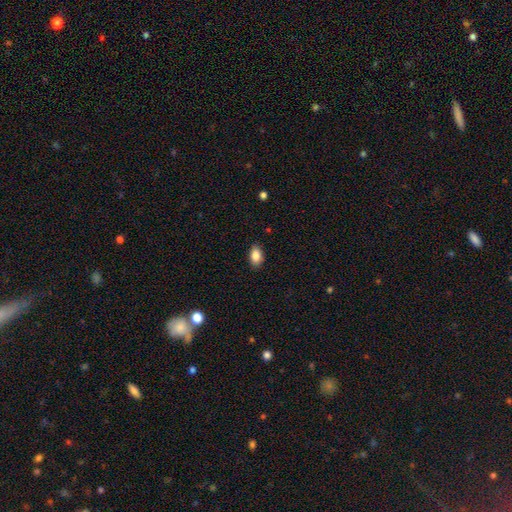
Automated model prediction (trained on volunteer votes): smooth 86%, star or artifact 8%, featured or disk 6%. Down the decision tree: how rounded — in between (89%); merging — none (88%).